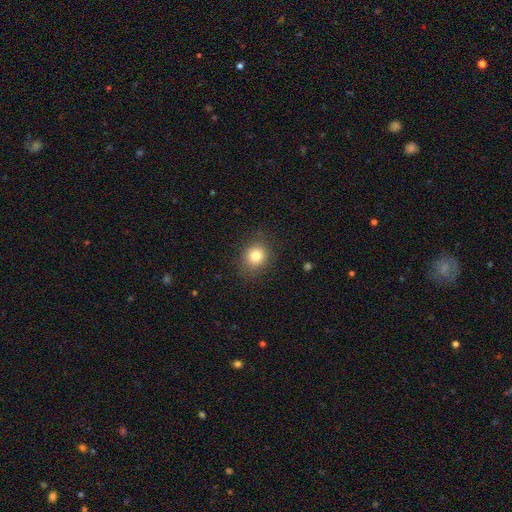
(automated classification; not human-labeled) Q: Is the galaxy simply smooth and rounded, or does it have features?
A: smooth — 81%.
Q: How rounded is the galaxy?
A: round — 73%.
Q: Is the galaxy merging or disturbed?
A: none — 85%.